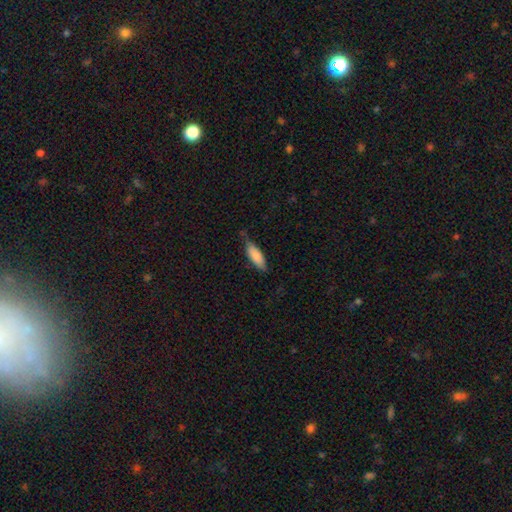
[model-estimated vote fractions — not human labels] Smooth or featured? Predicted: smooth (p=0.81). How rounded? Predicted: in between (p=0.64). Merging? Predicted: none (p=0.62).